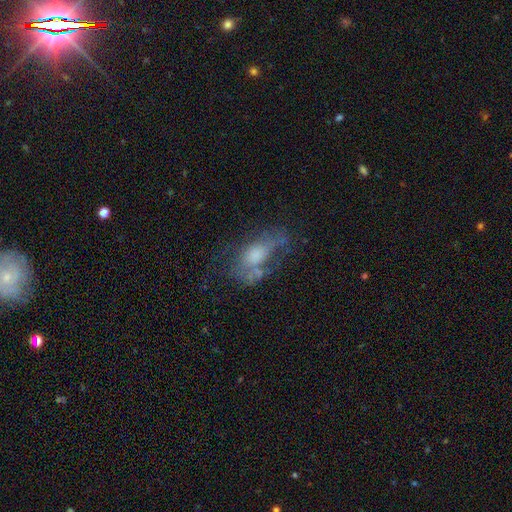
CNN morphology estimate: A featured or disk galaxy (45%). Merging: none (37%).